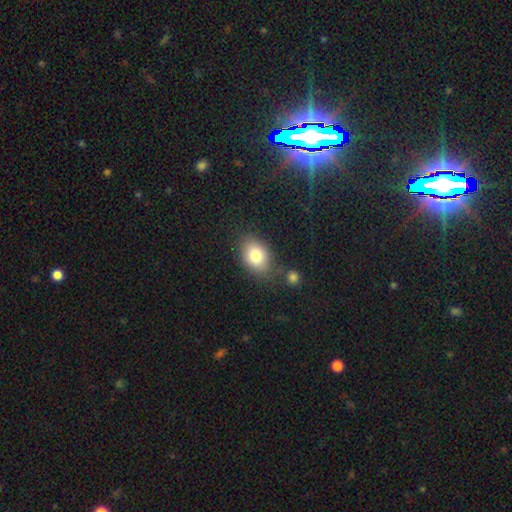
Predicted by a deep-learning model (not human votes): Q: Smooth or featured?
A: smooth (80%); runner-up: featured or disk (11%)
Q: How rounded?
A: in between (73%); runner-up: round (26%)
Q: Merging?
A: none (74%); runner-up: minor disturbance (15%)